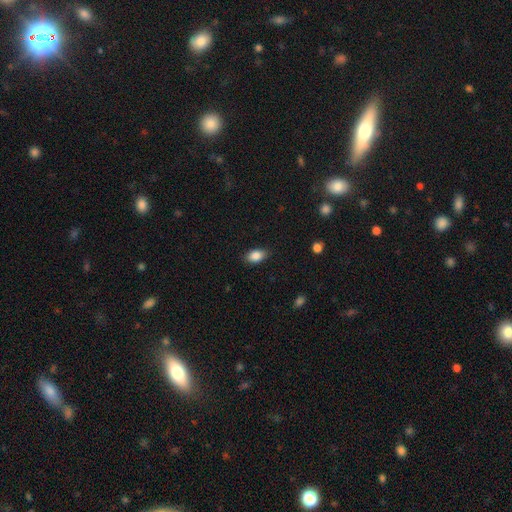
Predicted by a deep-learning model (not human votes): This appears to be a smooth galaxy with no disk features (87%) that is in between round and cigar-shaped (88%). Merging: none (85%).